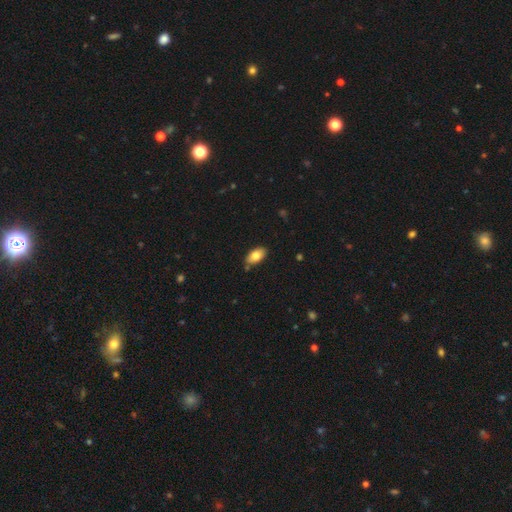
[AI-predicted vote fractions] Morphology: type=smooth (79%); roundness=in between (92%); merging=none (80%).